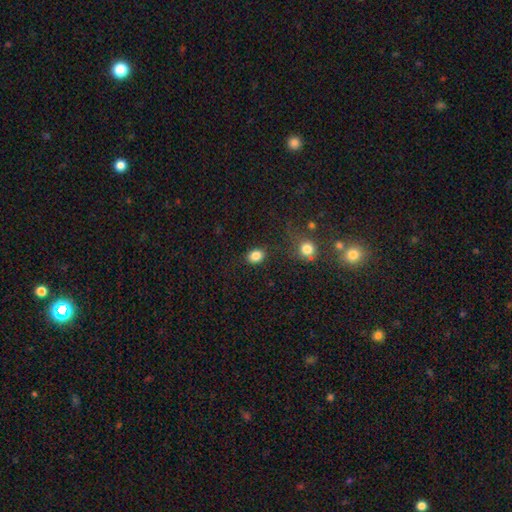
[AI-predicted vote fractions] This is clearly a smooth galaxy (85%). How rounded: possibly in between (53%). Merging: clearly none (84%).